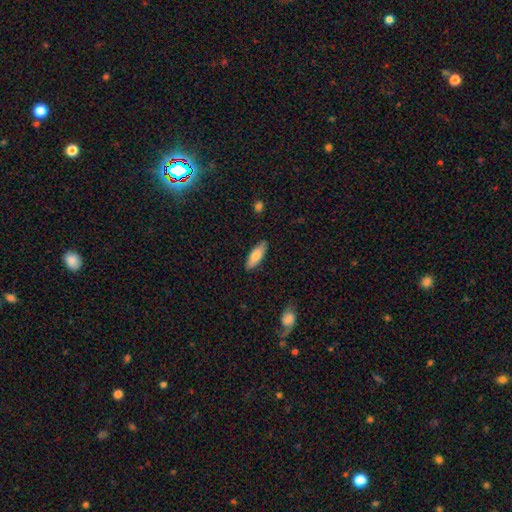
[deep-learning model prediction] smooth 76%, featured or disk 18%, star or artifact 6%. Down the decision tree: how rounded — in between (61%); merging — none (86%).